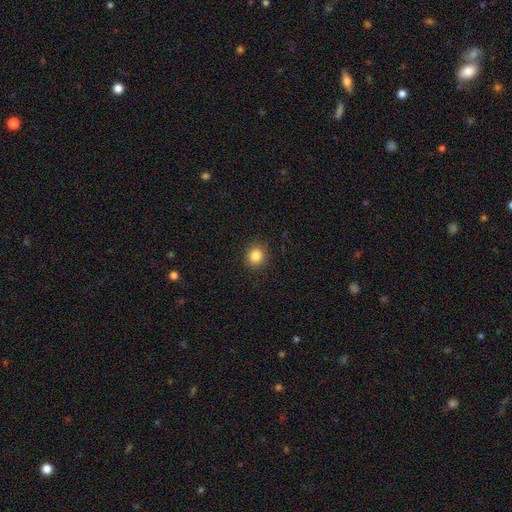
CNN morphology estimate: This appears to be a smooth galaxy with no disk features (85%) that is round (84%). Merging: none (90%).